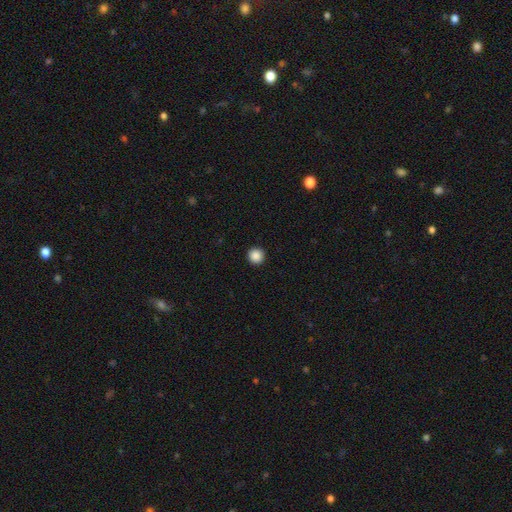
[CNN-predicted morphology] smooth 88%, star or artifact 10%, featured or disk 2%. Down the decision tree: how rounded — round (96%); merging — none (94%).